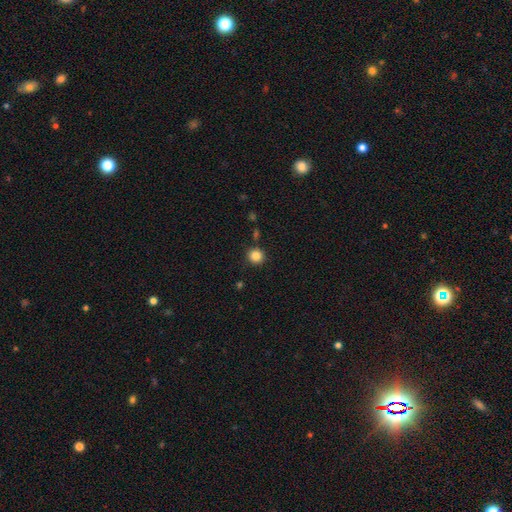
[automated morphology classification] Smooth or featured?
  - smooth: 85% *
  - star or artifact: 11%
  - featured or disk: 4%
How rounded?
  - round: 93% *
  - in between: 6%
  - cigar-shaped: 1%
Merging?
  - none: 88% *
  - minor disturbance: 7%
  - merger: 3%
  - major disturbance: 2%